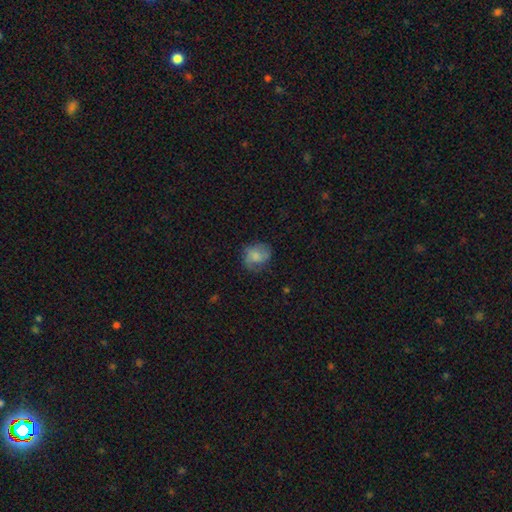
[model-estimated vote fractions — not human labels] smooth_or_featured: smooth (p=0.65) [alt: featured or disk p=0.26]
how_rounded: round (p=0.61) [alt: in between p=0.38]
merging: none (p=0.60) [alt: minor disturbance p=0.25]